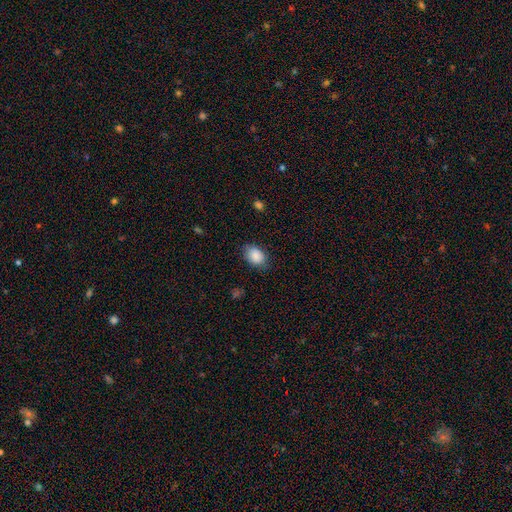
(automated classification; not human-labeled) This is clearly a smooth galaxy (88%). How rounded: likely in between (73%). Merging: likely none (76%).